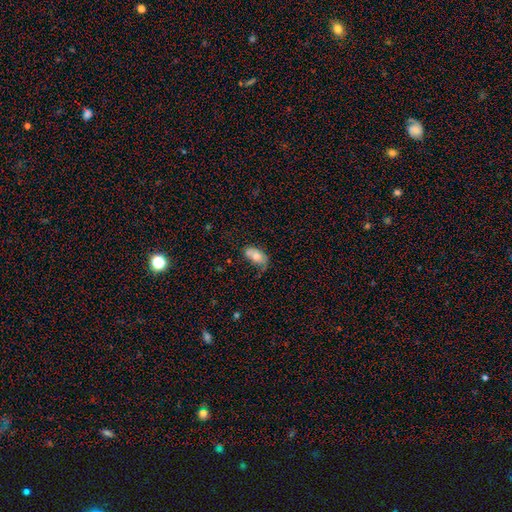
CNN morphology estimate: Smooth or featured? Predicted: smooth (p=0.68). How rounded? Predicted: in between (p=0.91). Merging? Predicted: none (p=0.42).